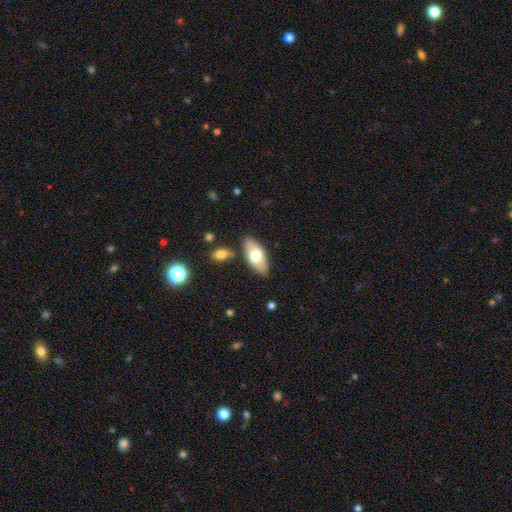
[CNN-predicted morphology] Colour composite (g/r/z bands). It shows a smooth galaxy with no disk features (68%) that is in between round and cigar-shaped (91%). Merging: none (83%).